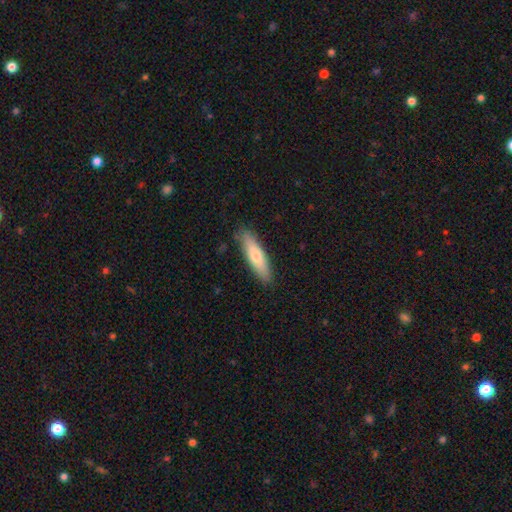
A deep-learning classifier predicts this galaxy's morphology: smooth_or_featured: smooth (p=0.69) [alt: featured or disk p=0.25]
how_rounded: cigar-shaped (p=0.71) [alt: in between p=0.28]
merging: none (p=0.87) [alt: minor disturbance p=0.10]